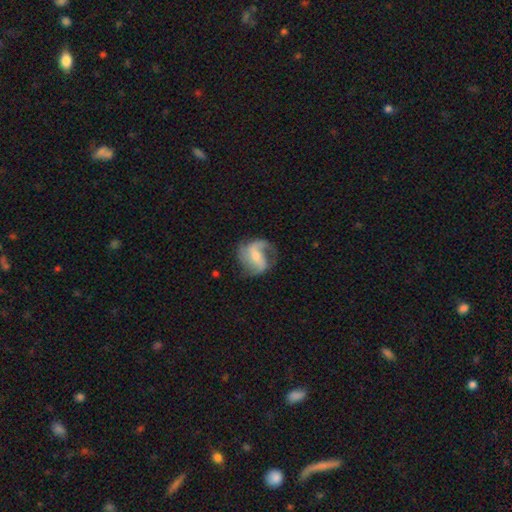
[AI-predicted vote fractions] Overall: featured or disk (80%). Edge-on disk: no (98%). Bar: weak (45%; strong 28%). Spiral arms: yes (94%). Spiral arm count: 2 (55%; 3 19%). Spiral winding: loose (44%; medium 43%). Bulge size: small (48%; moderate 42%). Merging: none (60%; minor disturbance 21%).